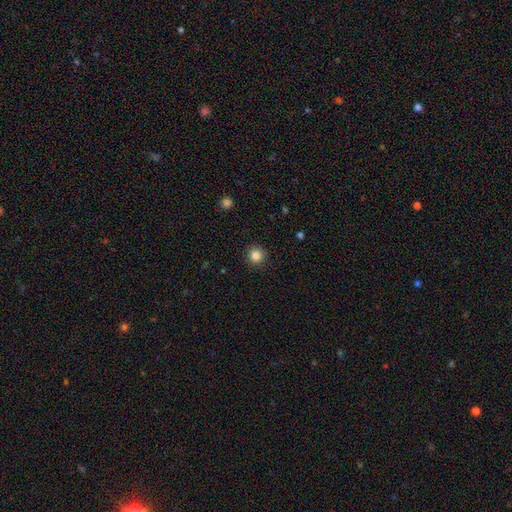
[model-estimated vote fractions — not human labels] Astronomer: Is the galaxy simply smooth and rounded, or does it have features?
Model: smooth — 84%.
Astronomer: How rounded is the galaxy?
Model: round — 94%.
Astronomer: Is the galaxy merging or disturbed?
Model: none — 92%.